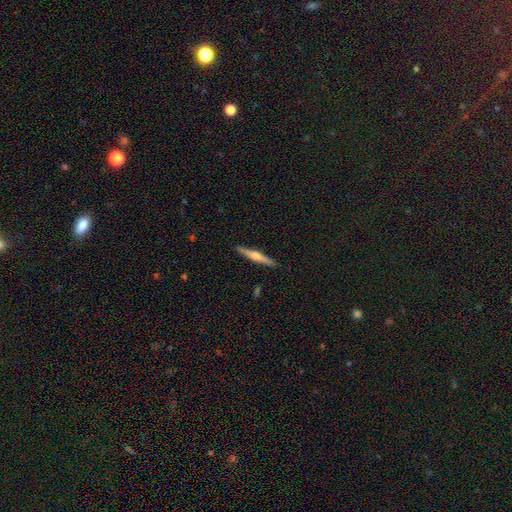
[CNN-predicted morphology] featured or disk 68%, smooth 26%, star or artifact 6%. Down the decision tree: edge-on disk — yes (98%); edge-on bulge — rounded (85%); merging — none (91%).